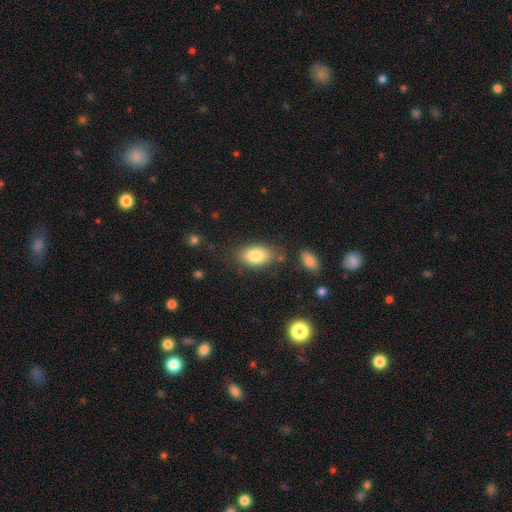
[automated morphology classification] type=smooth (83%); roundness=in between (91%); merging=none (77%).